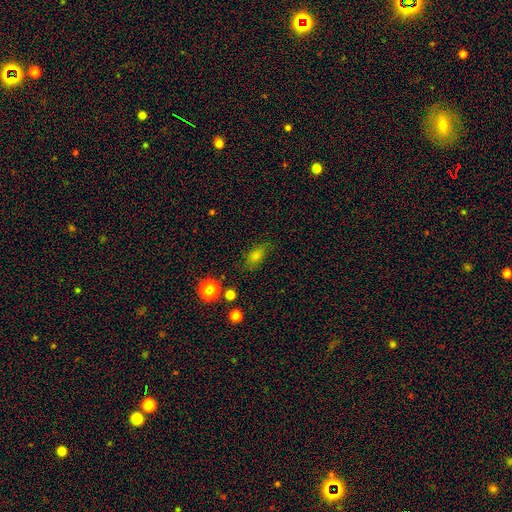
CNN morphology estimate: This appears to be a smooth galaxy with no disk features (65%) that is in between round and cigar-shaped (76%). Merging: none (76%).